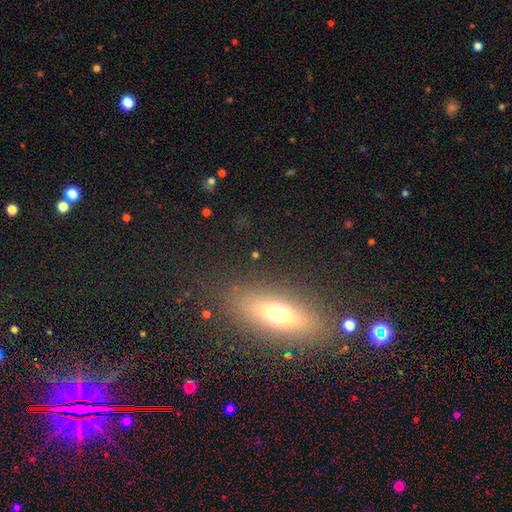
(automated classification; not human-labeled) This is possibly a smooth galaxy (53%). How rounded: possibly in between (49%). Merging: clearly none (84%).